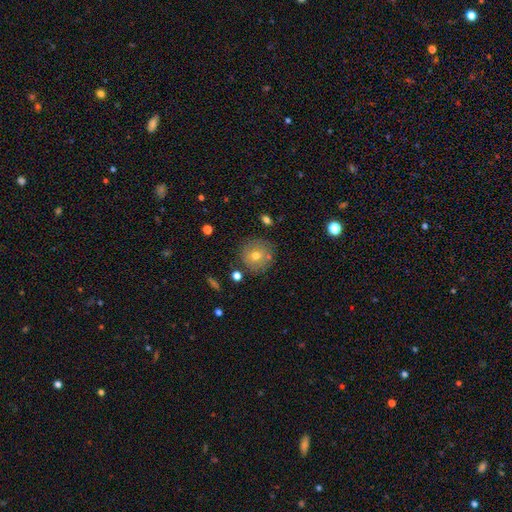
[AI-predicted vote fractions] The model was most divided on "smooth or featured": smooth: 67%, featured or disk: 23%, star or artifact: 11%. More confident: how rounded — round (92%); merging — none (78%).